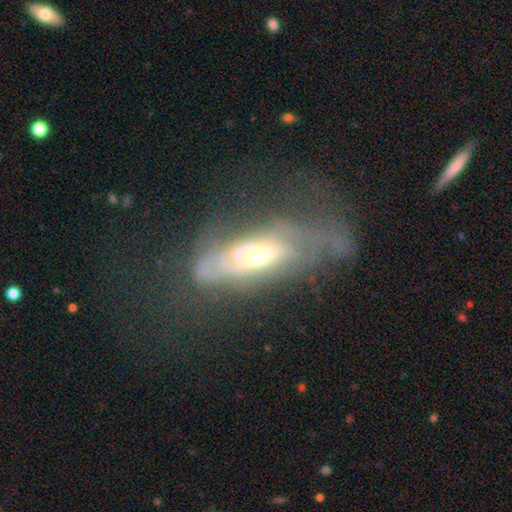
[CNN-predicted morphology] Smooth or featured: featured or disk — 68% (smooth — 24%)
Edge-on disk: no — 77% (yes — 23%)
Bar: no — 70% (weak — 22%)
Spiral arms: yes — 54% (no — 46%)
Bulge size: moderate — 59% (small — 33%)
Merging: major disturbance — 39% (none — 34%)